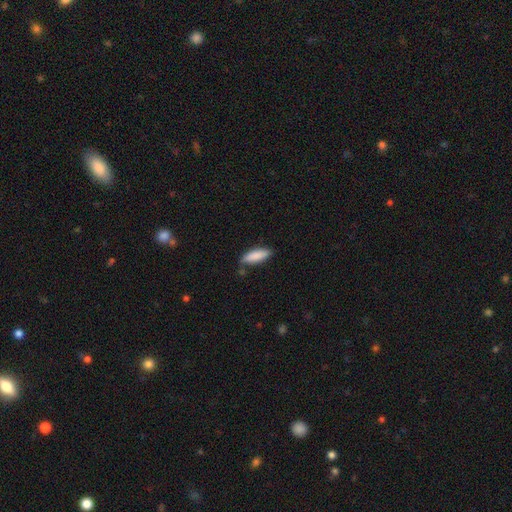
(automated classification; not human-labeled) The model was most divided on "how rounded": in between: 54%, cigar-shaped: 44%, round: 2%. More confident: smooth or featured — smooth (87%); merging — none (74%).